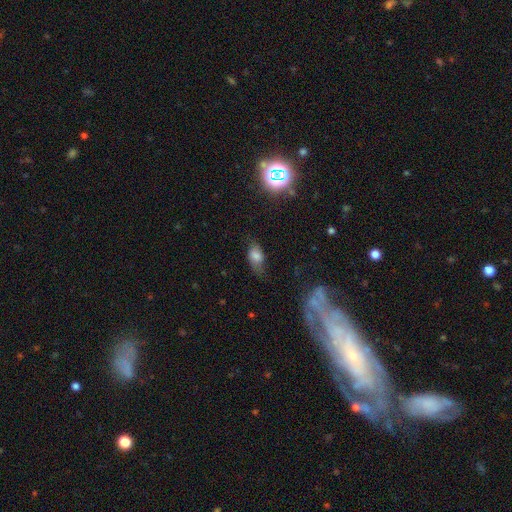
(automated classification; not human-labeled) smooth_or_featured: smooth (p=0.64) [alt: featured or disk p=0.23]
how_rounded: in between (p=0.83) [alt: round p=0.10]
merging: none (p=0.57) [alt: minor disturbance p=0.28]